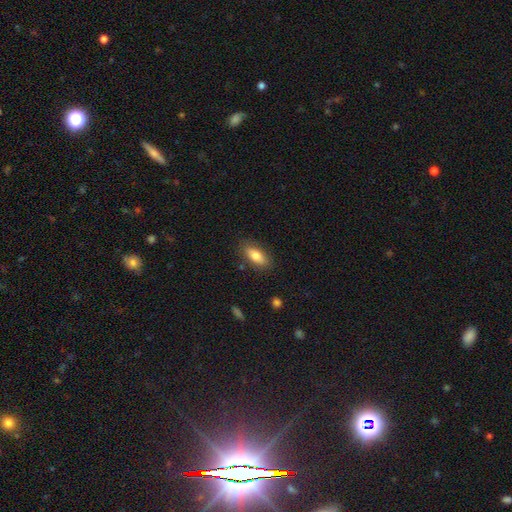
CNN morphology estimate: smooth-or-featured: smooth: 79% | featured or disk: 14% | star or artifact: 7%
  how-rounded: in between: 83% | cigar-shaped: 14% | round: 3%
  merging: none: 84% | minor disturbance: 12% | major disturbance: 3% | merger: 2%